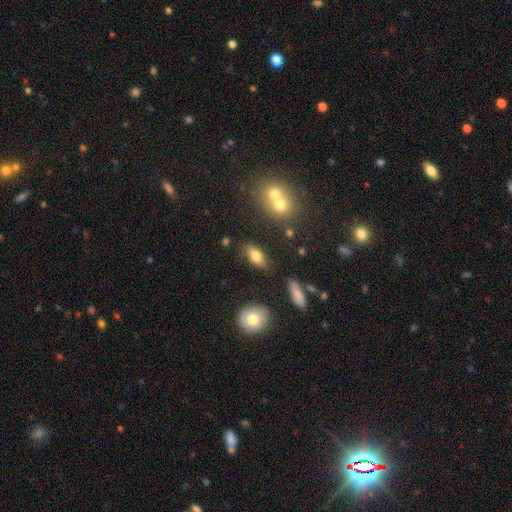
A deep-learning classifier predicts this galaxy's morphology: smooth 79%, featured or disk 12%, star or artifact 9%. Down the decision tree: how rounded — in between (89%); merging — none (77%).